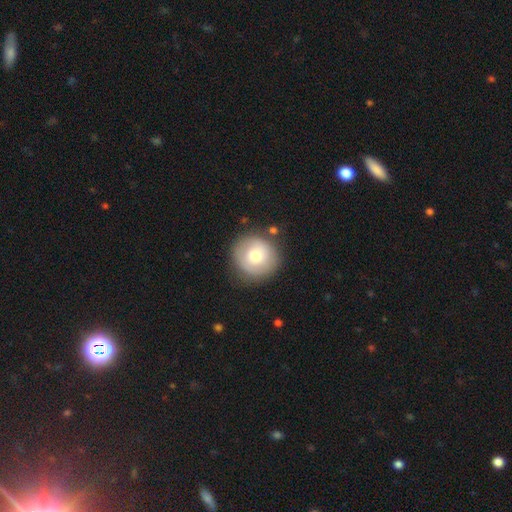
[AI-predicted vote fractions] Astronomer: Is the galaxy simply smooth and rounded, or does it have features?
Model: smooth — 69%.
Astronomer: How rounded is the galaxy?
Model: round — 94%.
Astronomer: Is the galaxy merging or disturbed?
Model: none — 82%.